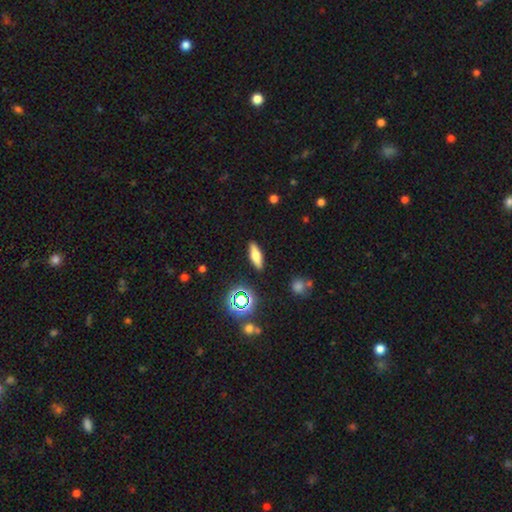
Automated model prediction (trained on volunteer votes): smooth-or-featured: smooth: 57% | featured or disk: 31% | star or artifact: 13%
  how-rounded: cigar-shaped: 48% | in between: 47% | round: 5%
  merging: none: 88% | minor disturbance: 8% | major disturbance: 2% | merger: 2%